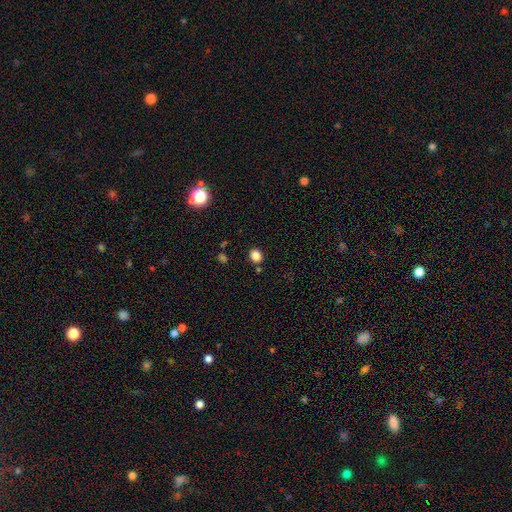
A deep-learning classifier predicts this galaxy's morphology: smooth-or-featured: smooth: 83% | star or artifact: 13% | featured or disk: 4%
  how-rounded: round: 72% | in between: 27% | cigar-shaped: 1%
  merging: none: 84% | minor disturbance: 9% | merger: 5% | major disturbance: 3%